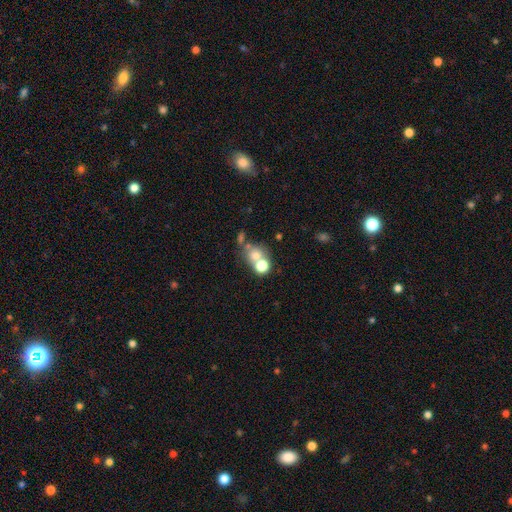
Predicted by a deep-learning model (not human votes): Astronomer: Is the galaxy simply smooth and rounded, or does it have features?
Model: smooth — 66%.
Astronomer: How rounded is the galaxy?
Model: round — 70%.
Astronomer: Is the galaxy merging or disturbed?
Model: merger — 47% (runner-up: none, 38%).